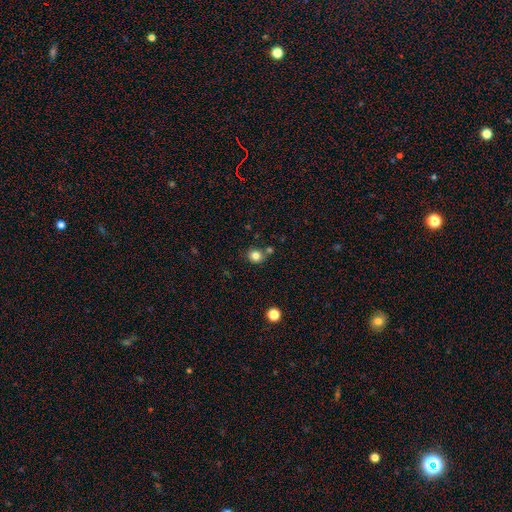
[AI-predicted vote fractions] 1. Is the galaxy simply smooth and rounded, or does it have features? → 82% smooth, 12% star or artifact, 6% featured or disk.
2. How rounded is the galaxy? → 85% round, 14% in between, 1% cigar-shaped.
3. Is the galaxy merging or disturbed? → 74% none, 12% merger, 11% minor disturbance, 3% major disturbance.